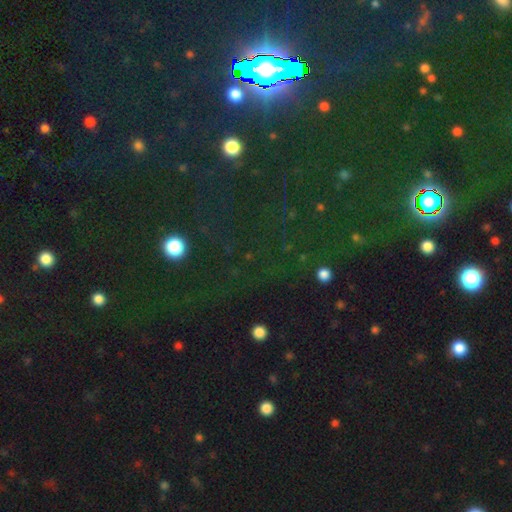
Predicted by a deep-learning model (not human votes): Smooth or featured?
  - star or artifact: 77% *
  - smooth: 15%
  - featured or disk: 8%